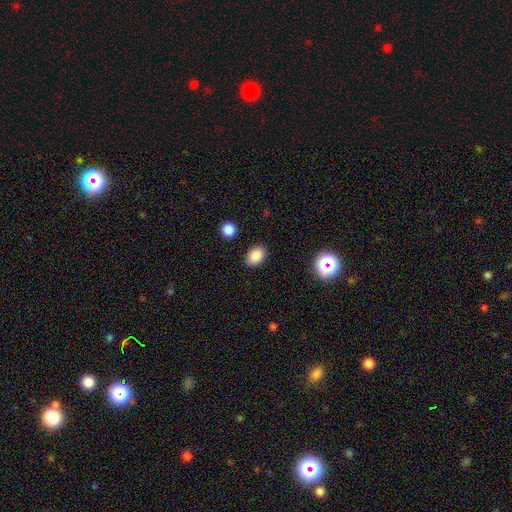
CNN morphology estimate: smooth 86%, star or artifact 10%, featured or disk 4%. Down the decision tree: how rounded — in between (81%); merging — none (87%).